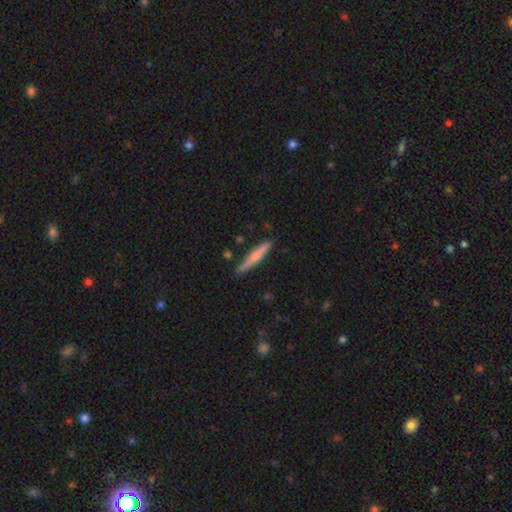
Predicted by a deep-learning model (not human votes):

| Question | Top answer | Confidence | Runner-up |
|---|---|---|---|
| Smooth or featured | smooth | 58% | featured or disk (37%) |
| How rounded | cigar-shaped | 94% | in between (5%) |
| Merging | none | 84% | minor disturbance (11%) |